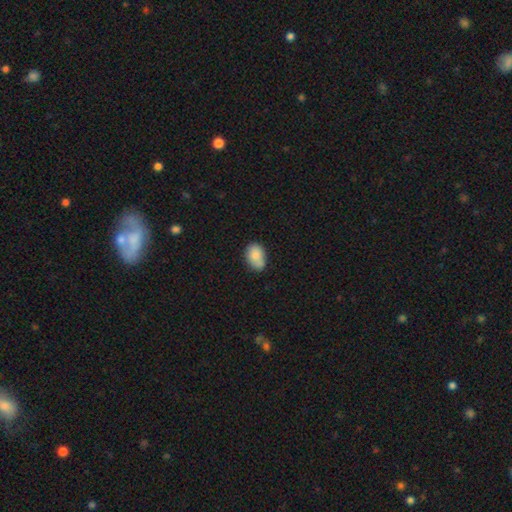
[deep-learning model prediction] smooth-or-featured: smooth: 83% | featured or disk: 9% | star or artifact: 8%
  how-rounded: in between: 83% | round: 16% | cigar-shaped: 1%
  merging: none: 61% | minor disturbance: 28% | merger: 6% | major disturbance: 5%